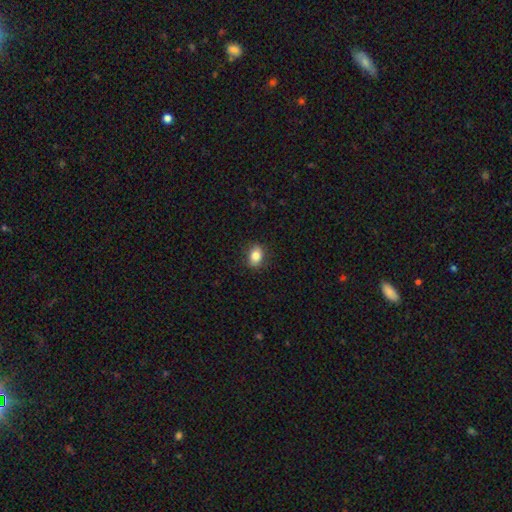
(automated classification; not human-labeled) smooth 84%, star or artifact 9%, featured or disk 7%. Down the decision tree: how rounded — in between (68%); merging — none (87%).